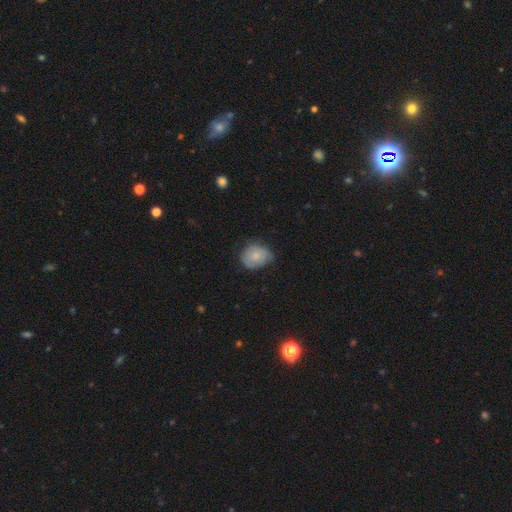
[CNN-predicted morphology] A smooth galaxy with no disk features (75%) that is round (61%). Merging: none (49%).